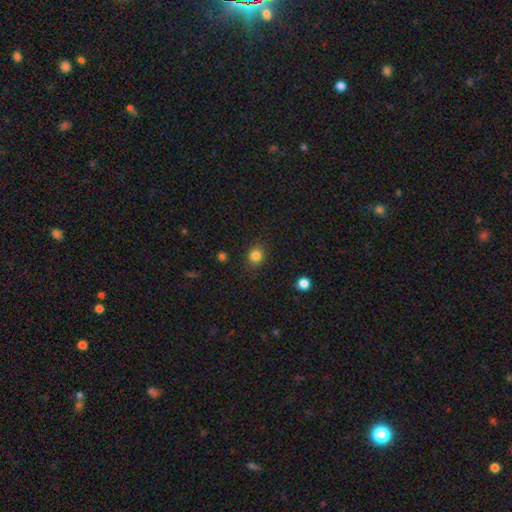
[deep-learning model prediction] Overall: smooth (83%). How rounded: round (82%). Merging: none (87%).